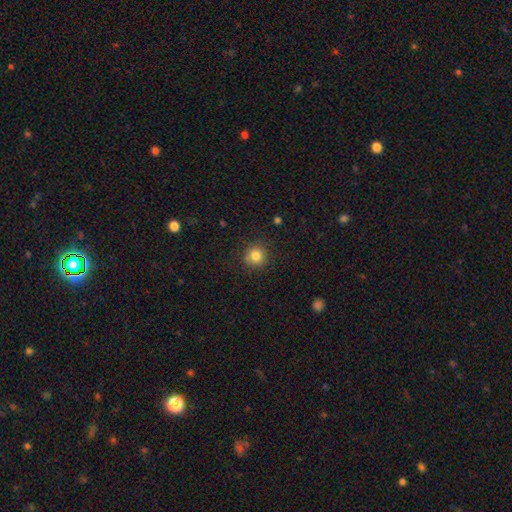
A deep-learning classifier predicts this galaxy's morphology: The model was most divided on "smooth or featured": smooth: 83%, star or artifact: 11%, featured or disk: 6%. More confident: how rounded — round (91%); merging — none (85%).